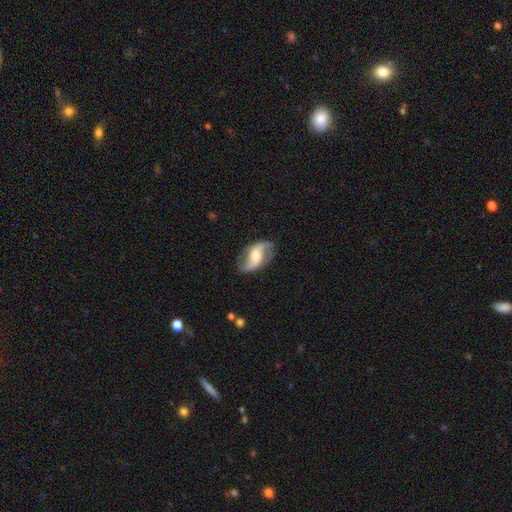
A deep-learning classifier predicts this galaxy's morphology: Overall: featured or disk (82%). Edge-on disk: no (96%). Bar: weak (43%; strong 28%). Spiral arms: yes (94%). Spiral arm count: 2 (92%). Spiral winding: loose (64%; medium 29%). Bulge size: moderate (52%; small 22%). Merging: none (78%).